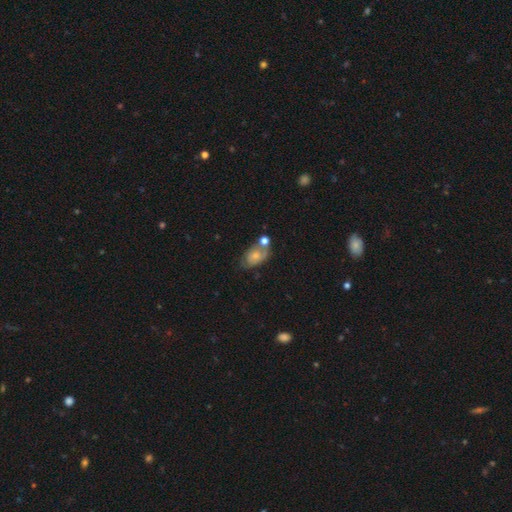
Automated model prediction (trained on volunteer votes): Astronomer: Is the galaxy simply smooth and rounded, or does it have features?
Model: smooth — 56% (runner-up: featured or disk, 34%).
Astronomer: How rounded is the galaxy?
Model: in between — 82%.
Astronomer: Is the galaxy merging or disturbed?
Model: none — 37% (runner-up: merger, 26%).